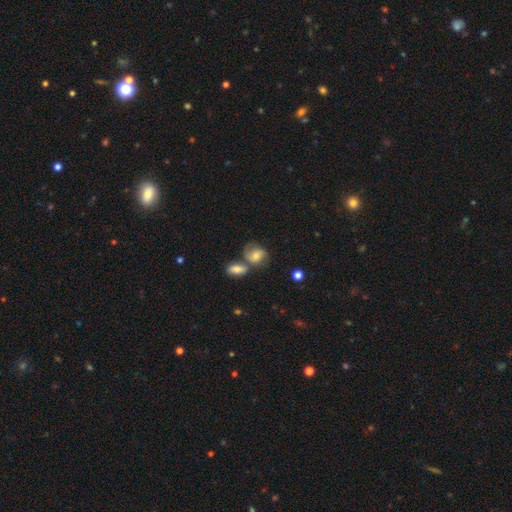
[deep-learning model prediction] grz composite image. It shows a smooth galaxy with no disk features (53%) that is round (51%). Merging: none (41%).